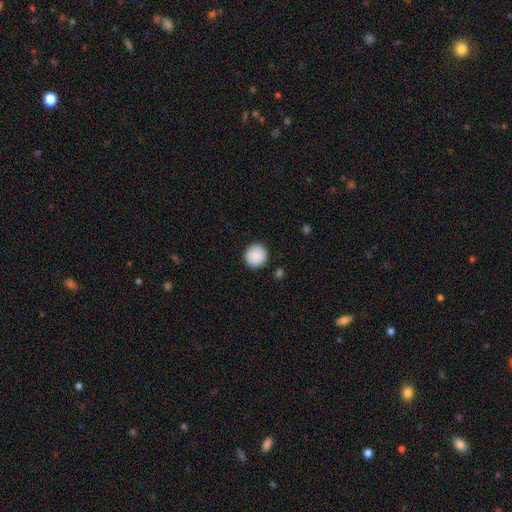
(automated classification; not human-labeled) Smooth or featured? Predicted: smooth (p=0.89). How rounded? Predicted: round (p=0.94). Merging? Predicted: none (p=0.91).